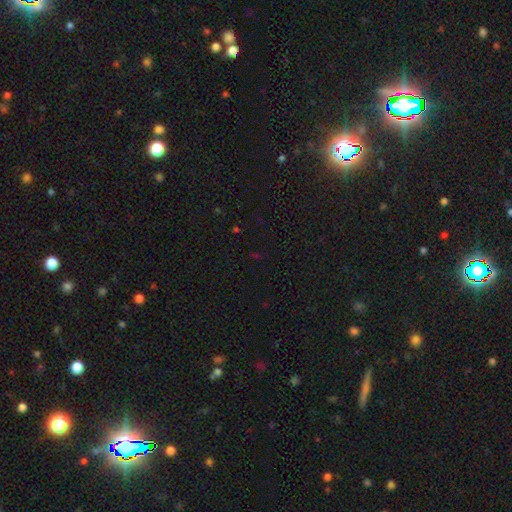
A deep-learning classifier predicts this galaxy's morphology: This is likely a star or artifact rather than a galaxy (67%).